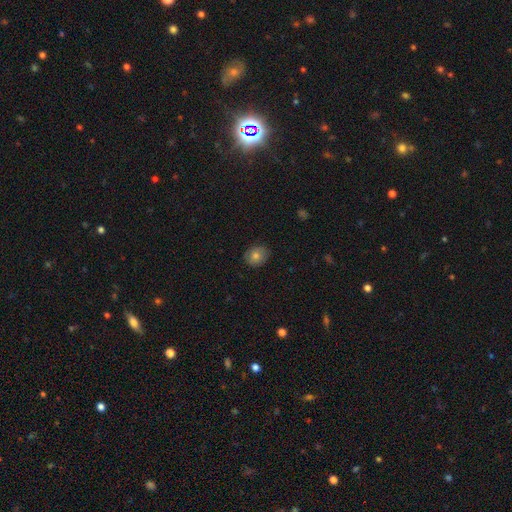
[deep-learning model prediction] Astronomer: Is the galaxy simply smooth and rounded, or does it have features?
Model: smooth — 76%.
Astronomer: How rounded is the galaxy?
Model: round — 66%.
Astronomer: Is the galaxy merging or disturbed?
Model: none — 84%.